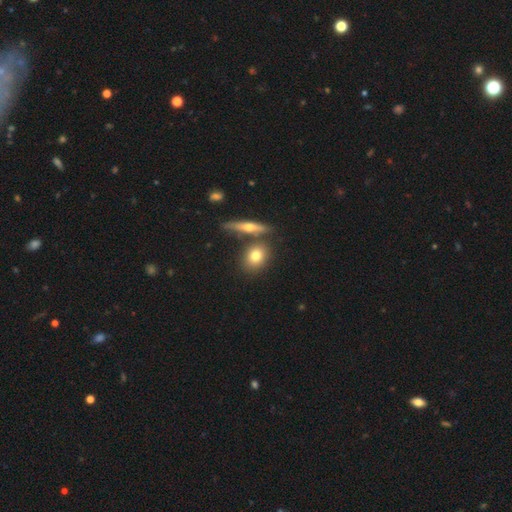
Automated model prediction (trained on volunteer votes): Overall: smooth (74%). How rounded: round (55%; in between 40%). Merging: none (69%).